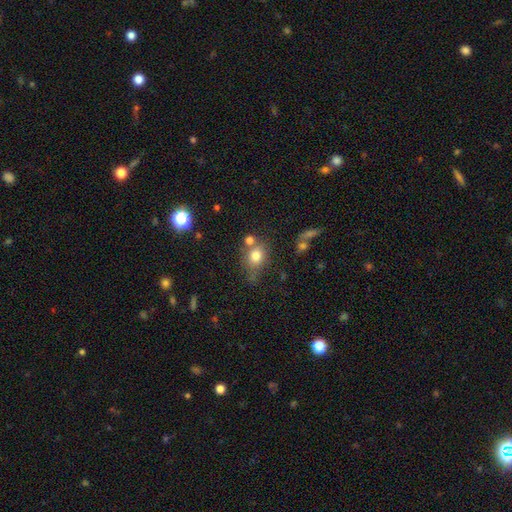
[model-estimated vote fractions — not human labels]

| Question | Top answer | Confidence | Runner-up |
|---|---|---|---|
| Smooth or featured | smooth | 77% | star or artifact (12%) |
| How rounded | round | 54% | in between (44%) |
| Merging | none | 55% | merger (19%) |